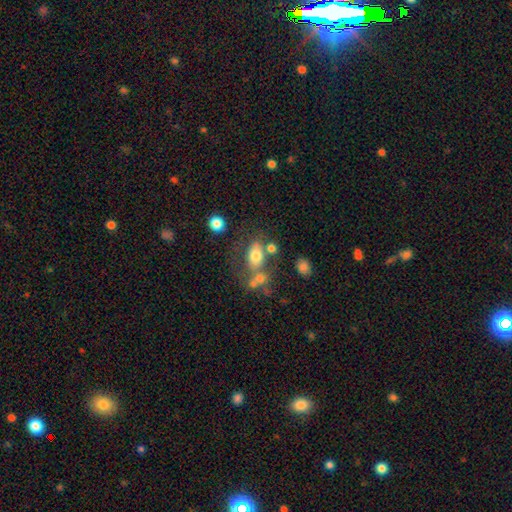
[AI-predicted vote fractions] Smooth or featured? smooth (71%)
How rounded? in between (76%)
Merging? none (47%)